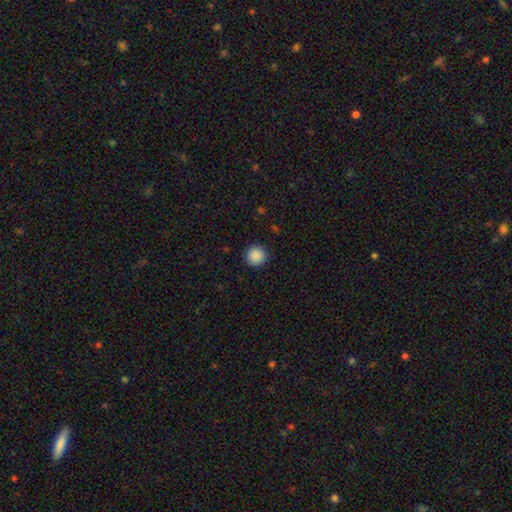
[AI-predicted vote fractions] Smooth or featured?
  - smooth: 89% *
  - star or artifact: 9%
  - featured or disk: 2%
How rounded?
  - round: 94% *
  - in between: 5%
  - cigar-shaped: 1%
Merging?
  - none: 91% *
  - minor disturbance: 6%
  - major disturbance: 2%
  - merger: 1%